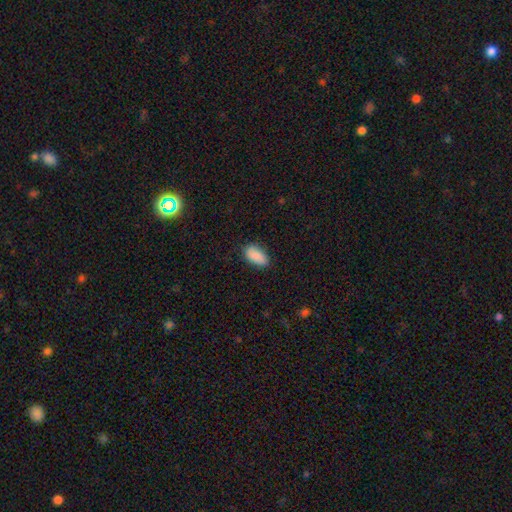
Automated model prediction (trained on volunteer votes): The model was most divided on "merging": none: 80%, minor disturbance: 15%, major disturbance: 3%, merger: 1%. More confident: how rounded — in between (92%); smooth or featured — smooth (86%).